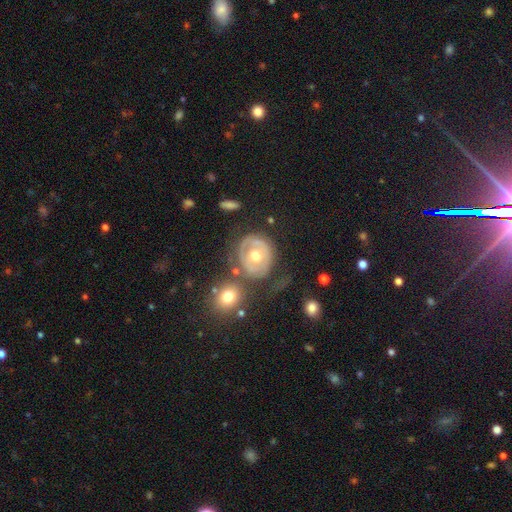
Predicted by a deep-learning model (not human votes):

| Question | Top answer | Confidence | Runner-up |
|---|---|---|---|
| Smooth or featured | featured or disk | 63% | smooth (30%) |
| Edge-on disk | no | 96% | yes (4%) |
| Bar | no | 81% | weak (14%) |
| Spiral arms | no | 61% | yes (39%) |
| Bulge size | moderate | 75% | small (14%) |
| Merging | none | 52% | minor disturbance (20%) |